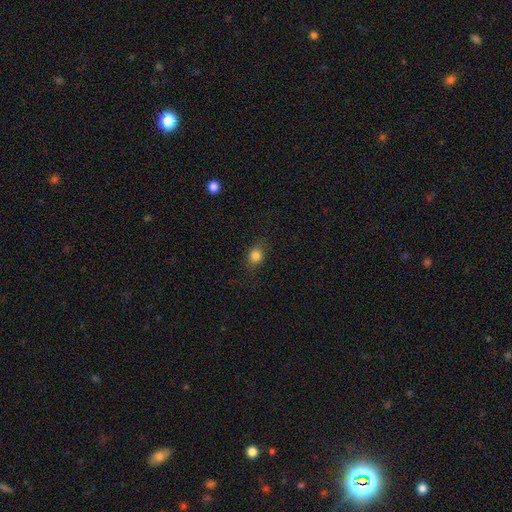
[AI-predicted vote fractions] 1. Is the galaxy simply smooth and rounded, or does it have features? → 83% smooth, 11% star or artifact, 7% featured or disk.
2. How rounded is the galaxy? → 51% round, 47% in between, 2% cigar-shaped.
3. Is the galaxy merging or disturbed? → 81% none, 14% minor disturbance, 4% major disturbance, 1% merger.